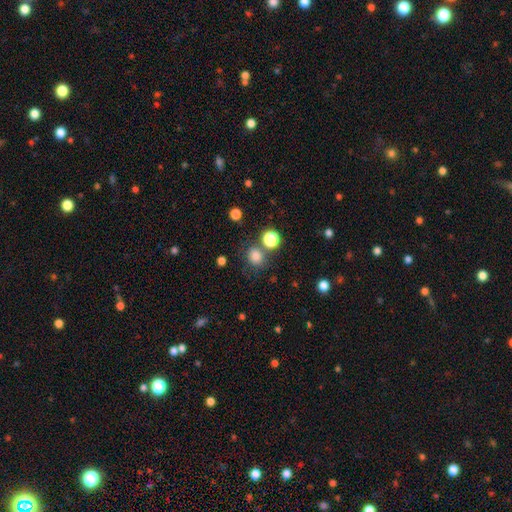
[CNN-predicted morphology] This appears to be a smooth galaxy with no disk features (80%) that is round (80%). Merging: none (73%).